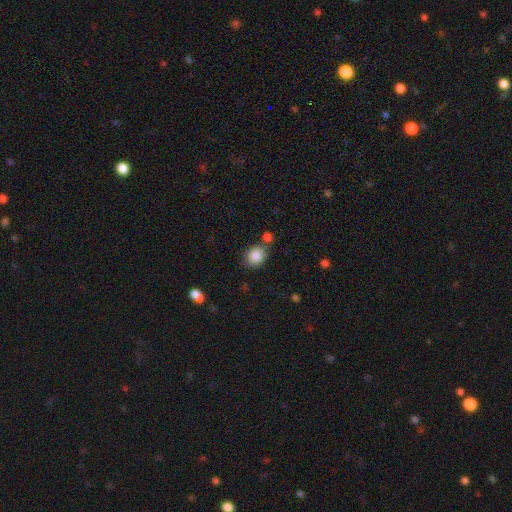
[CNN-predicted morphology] This appears to be a smooth galaxy with no disk features (87%) that is round (57%). Merging: none (70%).